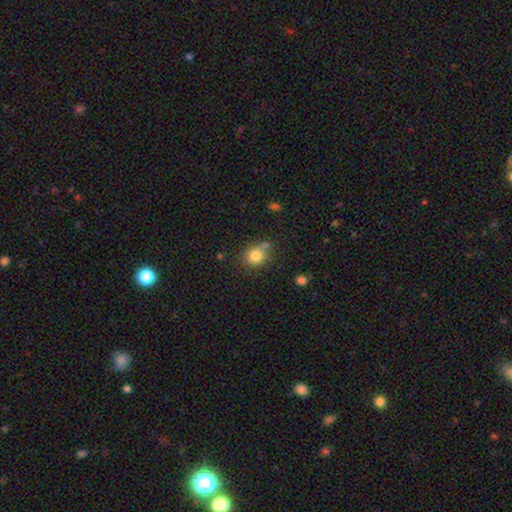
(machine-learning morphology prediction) Overall: smooth (81%). How rounded: round (79%). Merging: none (65%).